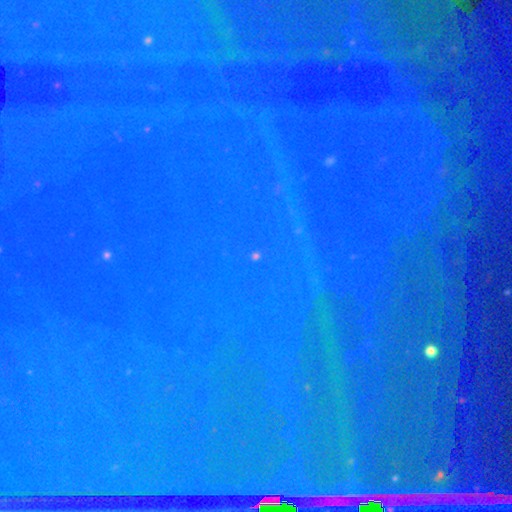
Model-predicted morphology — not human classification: Smooth or featured? Predicted: star or artifact (p=0.81).